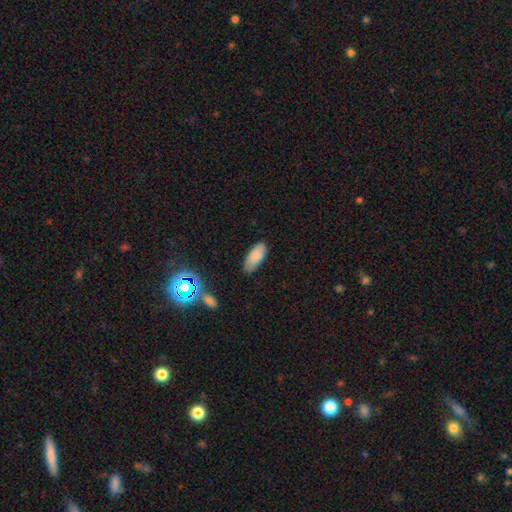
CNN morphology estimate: A smooth galaxy with no disk features (84%) that is in between round and cigar-shaped (88%). Merging: none (78%).